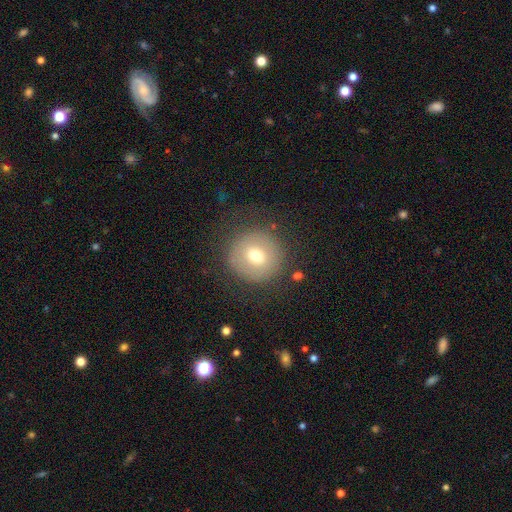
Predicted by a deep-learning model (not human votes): smooth 65%, featured or disk 24%, star or artifact 10%. Down the decision tree: how rounded — round (93%); merging — none (82%).